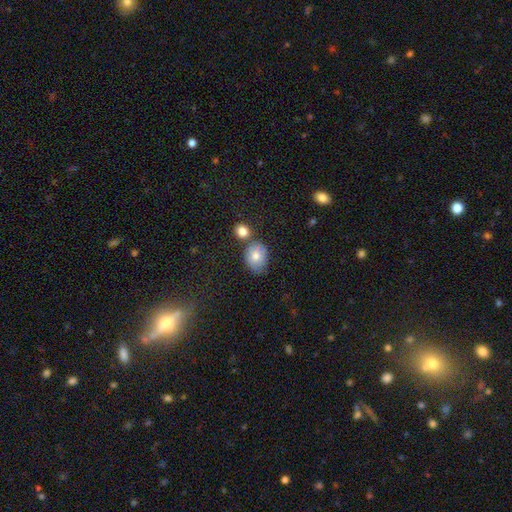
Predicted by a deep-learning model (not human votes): Smooth or featured? Predicted: smooth (p=0.74). How rounded? Predicted: in between (p=0.52). Merging? Predicted: none (p=0.54).